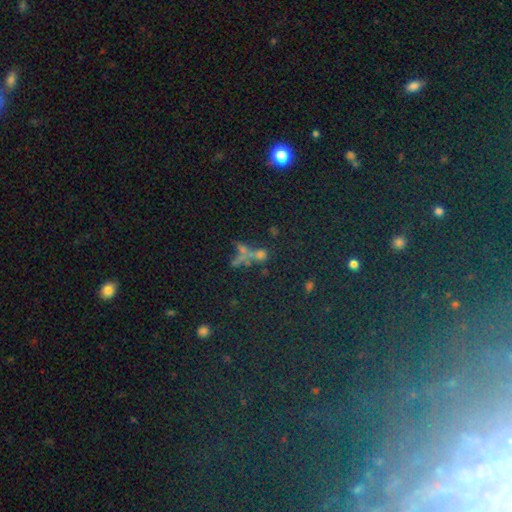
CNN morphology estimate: This is possibly a star or artifact rather than a galaxy (46%).